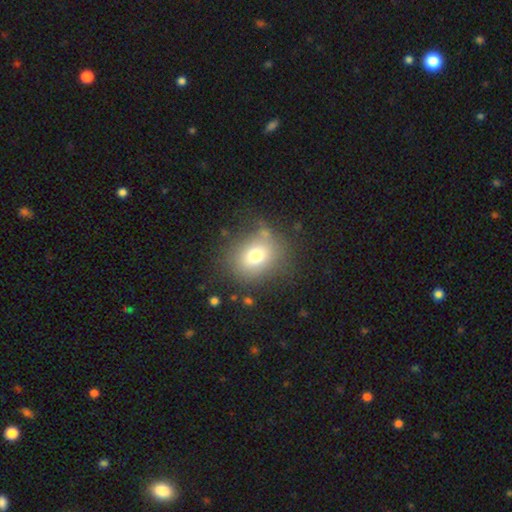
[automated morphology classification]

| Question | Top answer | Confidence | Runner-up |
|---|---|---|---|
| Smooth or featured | smooth | 73% | featured or disk (14%) |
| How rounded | round | 57% | in between (42%) |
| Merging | none | 71% | minor disturbance (17%) |